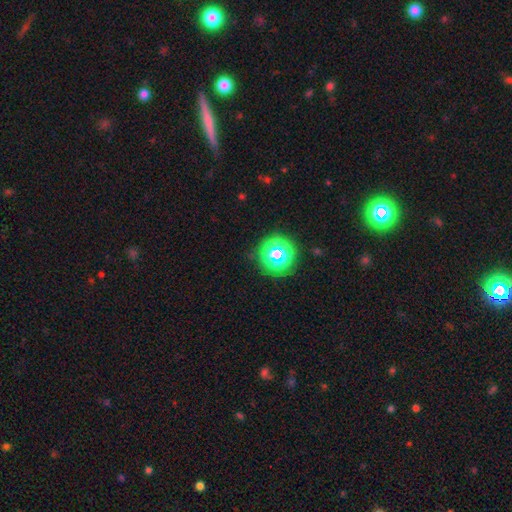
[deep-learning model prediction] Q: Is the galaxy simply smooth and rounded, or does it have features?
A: smooth — 46%.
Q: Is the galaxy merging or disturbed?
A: none — 89%.